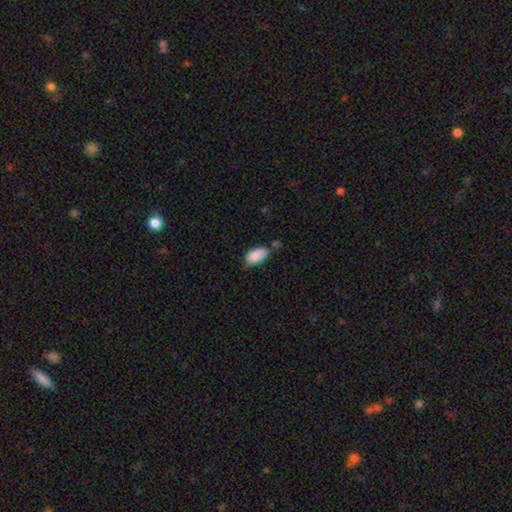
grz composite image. It shows a smooth galaxy with no disk features (87%) that is in between round and cigar-shaped (91%). Merging: minor disturbance (40%).